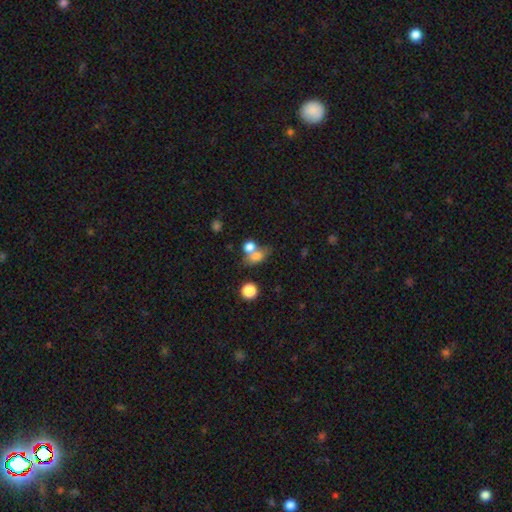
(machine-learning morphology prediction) type=smooth (74%); roundness=in between (54%); merging=merger (47%).